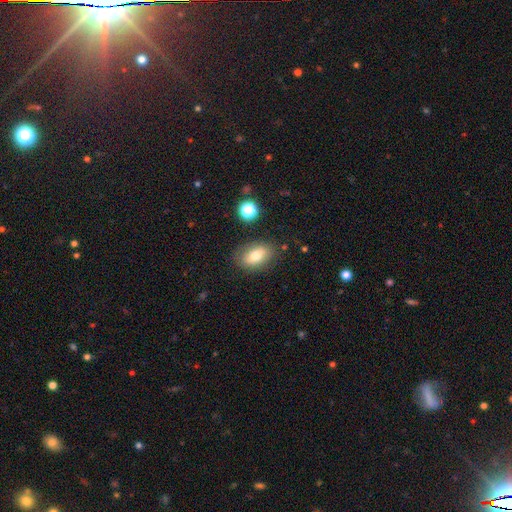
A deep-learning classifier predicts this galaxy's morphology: Smooth or featured? Predicted: smooth (p=0.71). How rounded? Predicted: in between (p=0.85). Merging? Predicted: none (p=0.81).